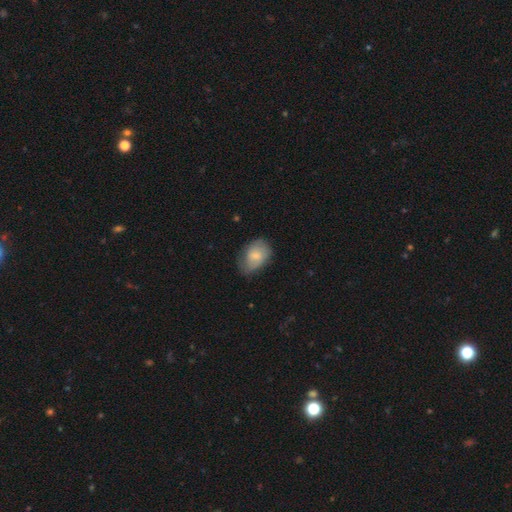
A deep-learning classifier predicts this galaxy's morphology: Smooth or featured?
  - smooth: 70% *
  - featured or disk: 24%
  - star or artifact: 7%
How rounded?
  - in between: 81% *
  - round: 18%
  - cigar-shaped: 1%
Merging?
  - none: 54% *
  - minor disturbance: 35%
  - major disturbance: 10%
  - merger: 1%